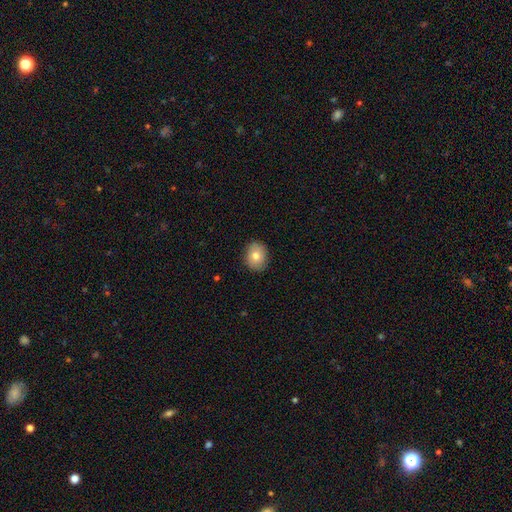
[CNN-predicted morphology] This is likely a smooth galaxy (78%). How rounded: possibly round (59%). Merging: clearly none (88%).